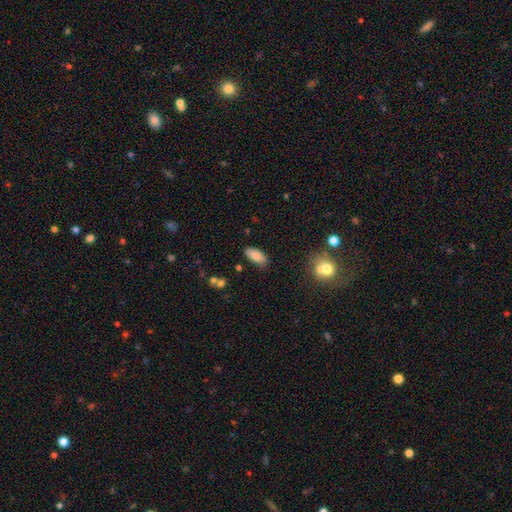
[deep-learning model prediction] smooth 85%, star or artifact 8%, featured or disk 7%. Down the decision tree: how rounded — in between (90%); merging — none (83%).